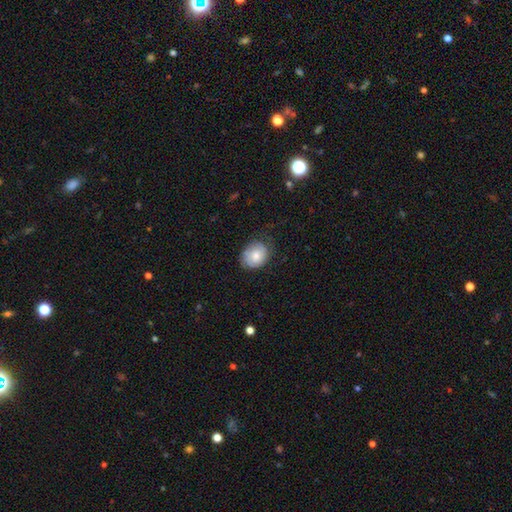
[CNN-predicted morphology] smooth_or_featured: smooth (p=0.58) [alt: featured or disk p=0.35]
how_rounded: round (p=0.52) [alt: in between p=0.47]
merging: none (p=0.67) [alt: minor disturbance p=0.25]